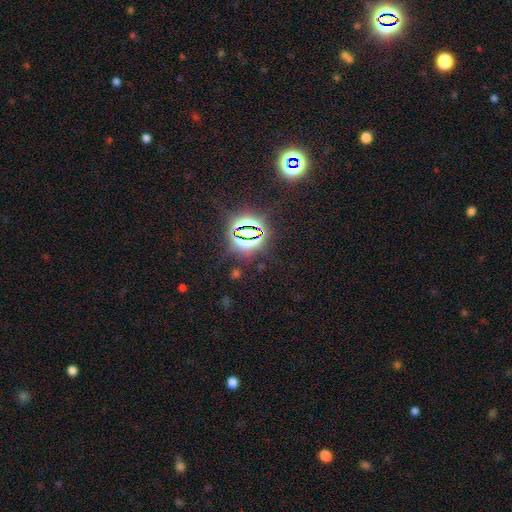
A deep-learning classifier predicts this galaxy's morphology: Q: Smooth or featured?
A: star or artifact (85%); runner-up: smooth (9%)